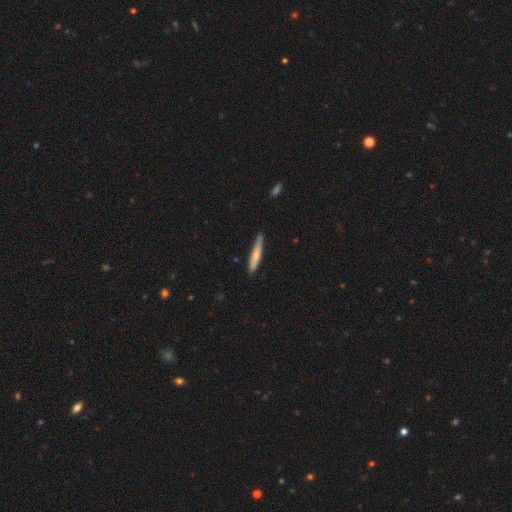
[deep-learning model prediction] Smooth or featured? Predicted: smooth (p=0.63). How rounded? Predicted: cigar-shaped (p=0.93). Merging? Predicted: none (p=0.84).